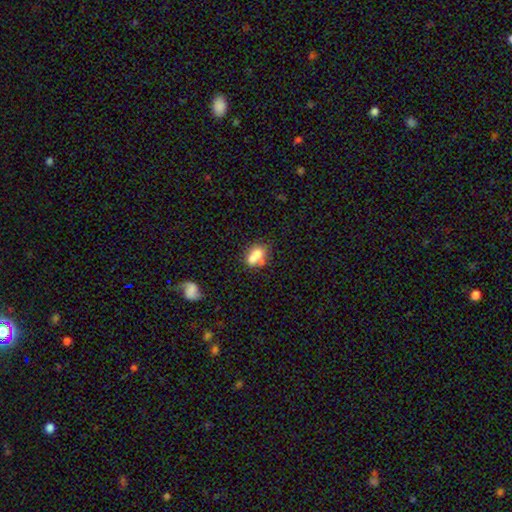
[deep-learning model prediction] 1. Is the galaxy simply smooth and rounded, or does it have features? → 67% smooth, 22% featured or disk, 11% star or artifact.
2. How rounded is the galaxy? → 68% in between, 28% round, 4% cigar-shaped.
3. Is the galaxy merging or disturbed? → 49% merger, 32% none, 13% minor disturbance, 7% major disturbance.